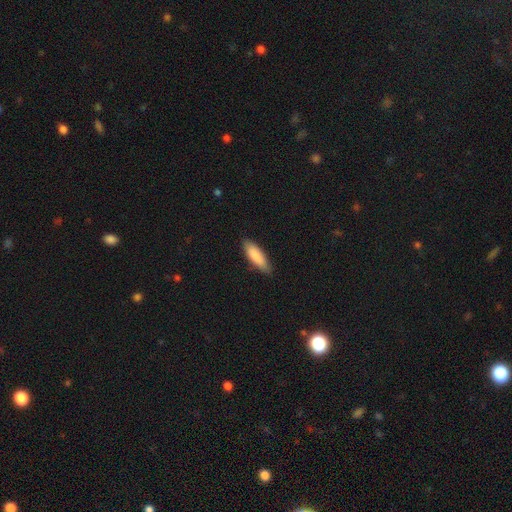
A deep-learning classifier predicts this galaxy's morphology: Smooth or featured?
  - smooth: 86% *
  - featured or disk: 9%
  - star or artifact: 5%
How rounded?
  - in between: 53% *
  - cigar-shaped: 46%
  - round: 1%
Merging?
  - none: 84% *
  - minor disturbance: 13%
  - major disturbance: 2%
  - merger: 1%